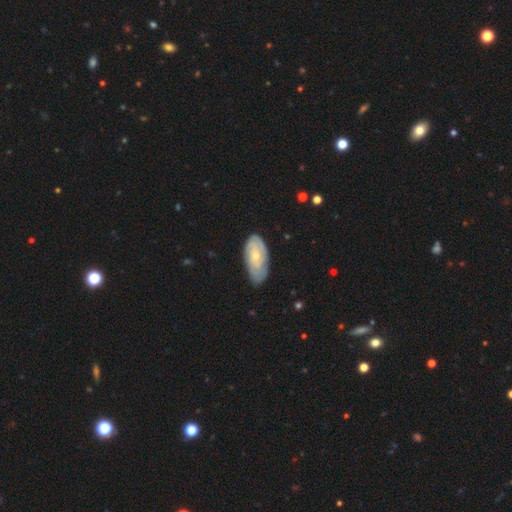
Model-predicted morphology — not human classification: featured or disk 63%, smooth 31%, star or artifact 6%. Down the decision tree: edge-on disk — no (92%); bar — no (76%); spiral arms — yes (82%); bulge size — small (63%); merging — none (76%).